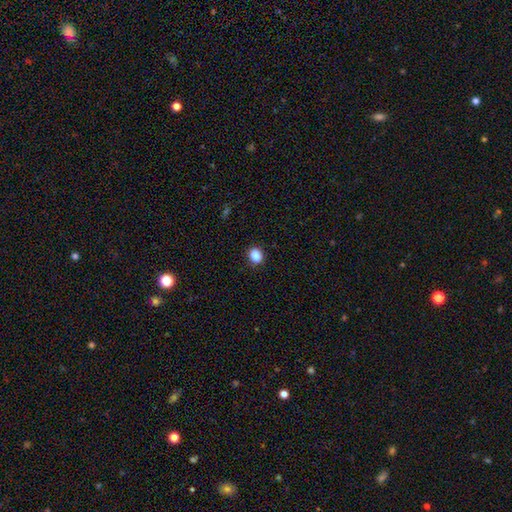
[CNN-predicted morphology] The model was most divided on "how rounded": round: 52%, in between: 47%, cigar-shaped: 1%. More confident: smooth or featured — smooth (87%); merging — none (84%).